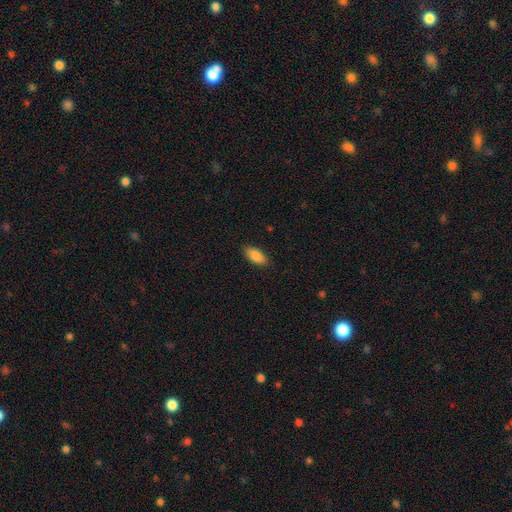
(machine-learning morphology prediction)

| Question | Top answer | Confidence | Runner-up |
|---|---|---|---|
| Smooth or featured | smooth | 88% | star or artifact (6%) |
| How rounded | in between | 88% | cigar-shaped (10%) |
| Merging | none | 87% | minor disturbance (10%) |